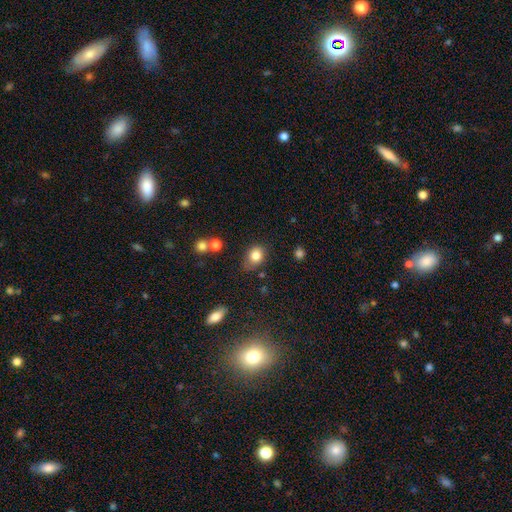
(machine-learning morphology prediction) Overall: smooth (82%). How rounded: in between (60%; round 39%). Merging: none (64%; minor disturbance 25%).